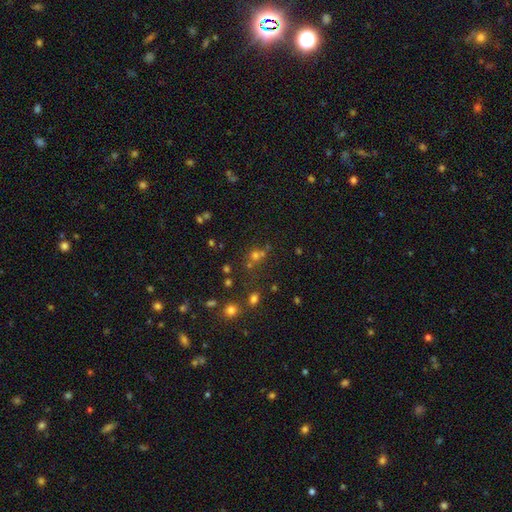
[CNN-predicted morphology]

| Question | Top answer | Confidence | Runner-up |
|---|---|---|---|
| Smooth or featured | smooth | 48% | star or artifact (40%) |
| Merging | none | 57% | merger (29%) |